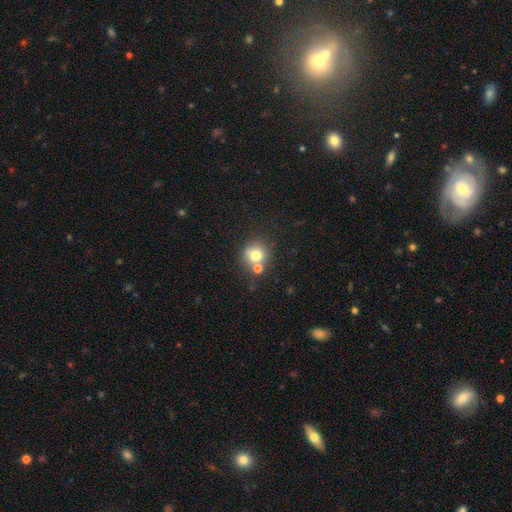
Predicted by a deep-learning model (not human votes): smooth-or-featured: smooth: 72% | featured or disk: 15% | star or artifact: 13%
  how-rounded: round: 88% | in between: 11% | cigar-shaped: 1%
  merging: none: 59% | merger: 26% | minor disturbance: 11% | major disturbance: 4%